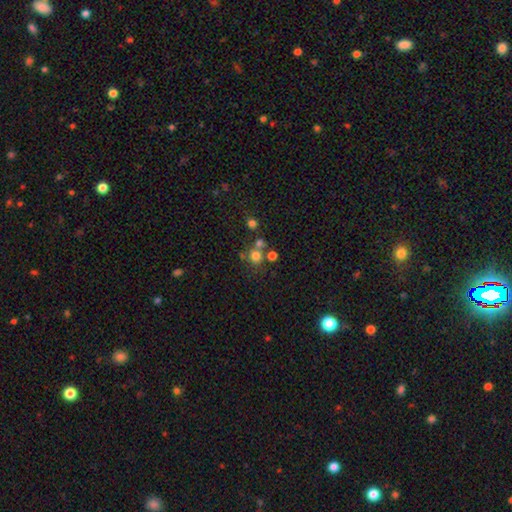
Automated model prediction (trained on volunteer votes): Morphology: type=smooth (72%); roundness=round (89%); merging=none (59%).